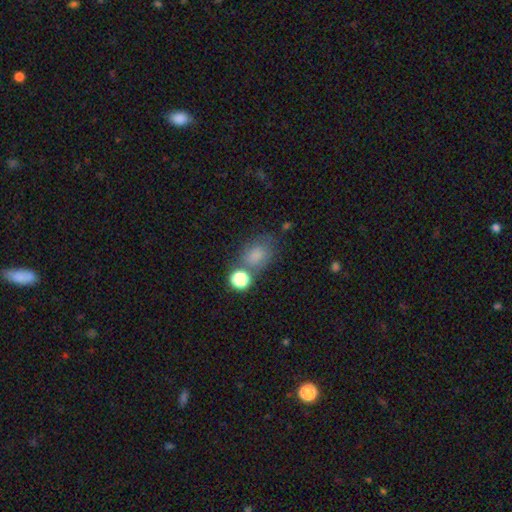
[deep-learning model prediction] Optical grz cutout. It shows a smooth galaxy with no disk features (78%) that is in between round and cigar-shaped (60%). Merging: none (54%).